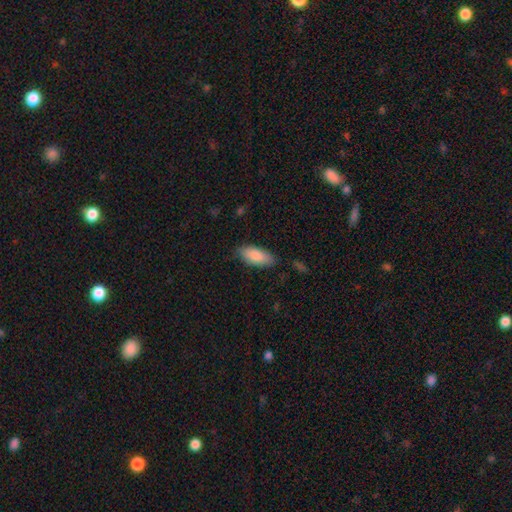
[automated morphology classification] smooth_or_featured: smooth (p=0.85) [alt: featured or disk p=0.09]
how_rounded: in between (p=0.87) [alt: cigar-shaped p=0.11]
merging: none (p=0.80) [alt: minor disturbance p=0.15]